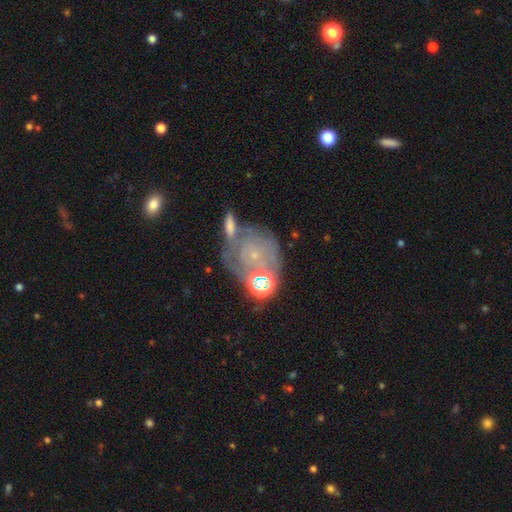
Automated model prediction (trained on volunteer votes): Smooth or featured? featured or disk (63%)
Edge-on disk? no (97%)
Bar? no (82%)
Spiral arms? yes (66%)
Bulge size? small (76%)
Merging? none (42%)